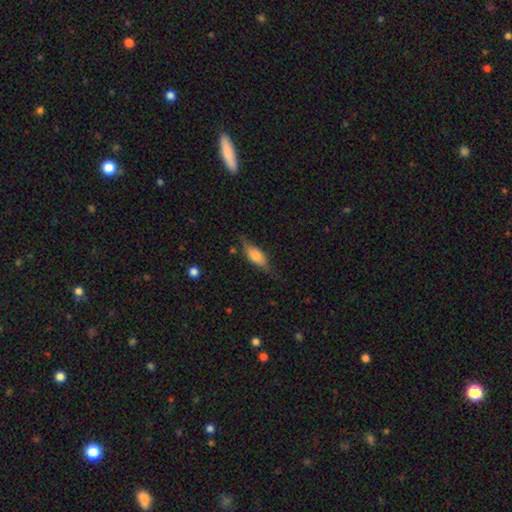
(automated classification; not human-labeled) Overall: smooth (62%; featured or disk 31%). How rounded: in between (69%). Merging: none (63%; minor disturbance 27%).